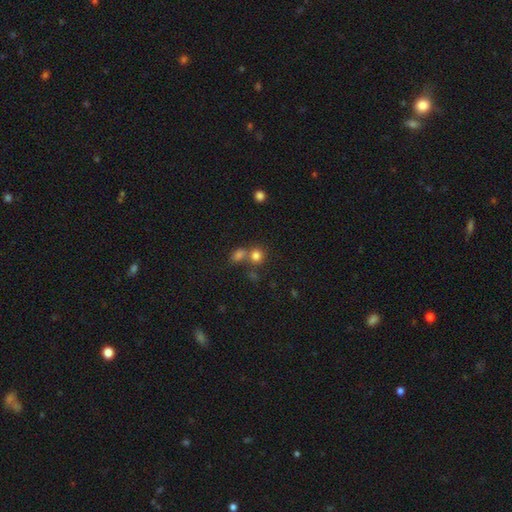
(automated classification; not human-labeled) Q: Smooth or featured?
A: smooth (79%); runner-up: star or artifact (14%)
Q: How rounded?
A: round (81%); runner-up: in between (18%)
Q: Merging?
A: none (52%); runner-up: merger (35%)